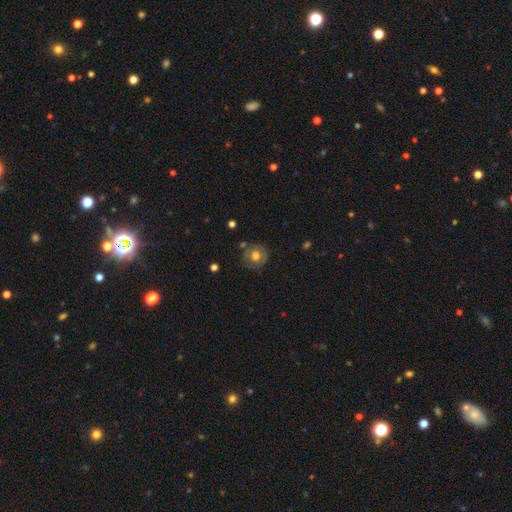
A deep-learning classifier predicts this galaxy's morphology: type=smooth (63%); roundness=round (88%); merging=none (76%).